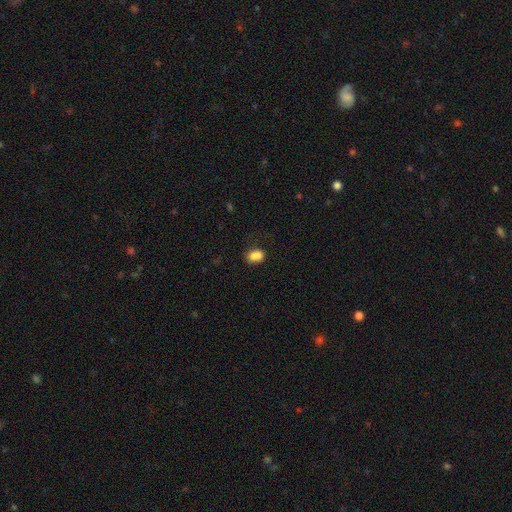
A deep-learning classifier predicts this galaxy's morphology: Smooth or featured: smooth — 84% (star or artifact — 10%)
How rounded: in between — 76% (round — 22%)
Merging: none — 56% (minor disturbance — 23%)